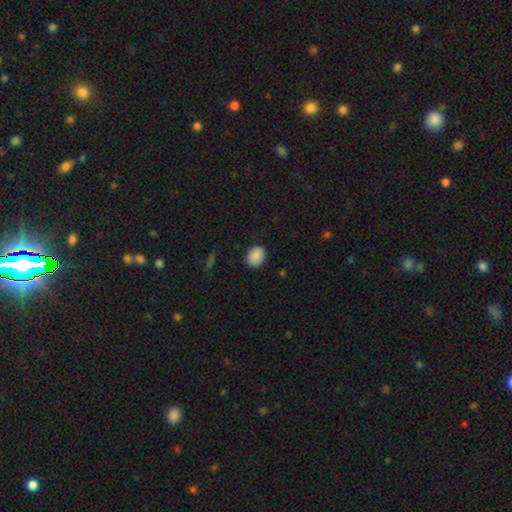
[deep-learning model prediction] Smooth or featured: smooth — 89% (star or artifact — 8%)
How rounded: in between — 55% (round — 44%)
Merging: none — 88% (minor disturbance — 9%)